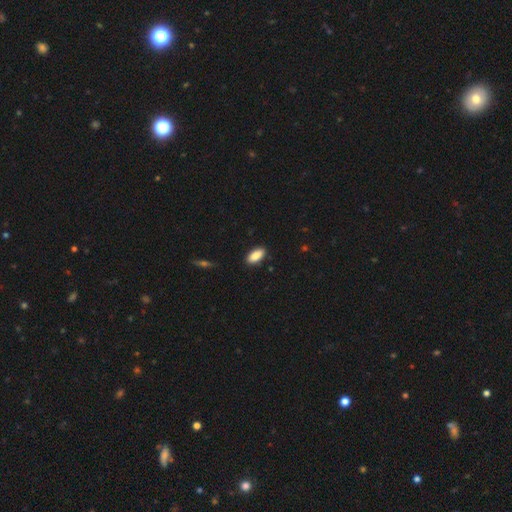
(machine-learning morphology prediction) A smooth galaxy with no disk features (88%) that is in between round and cigar-shaped (89%).

Vote fractions:
- Smooth or featured? smooth: 88% / star or artifact: 7% / featured or disk: 6%
- How rounded? in between: 89% / cigar-shaped: 8% / round: 2%
- Merging? none: 88% / minor disturbance: 9% / major disturbance: 2% / merger: 1%